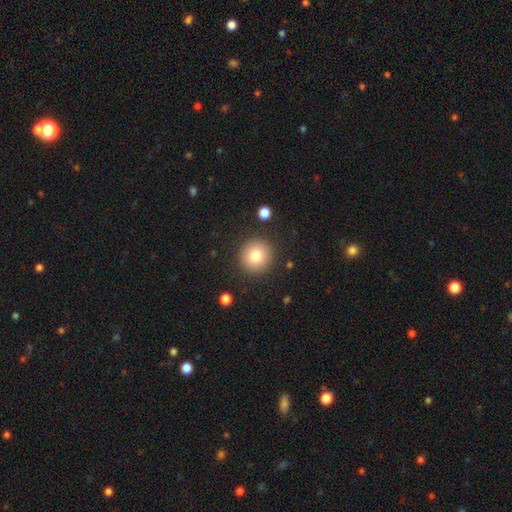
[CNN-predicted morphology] type=smooth (80%); roundness=round (94%); merging=none (89%).